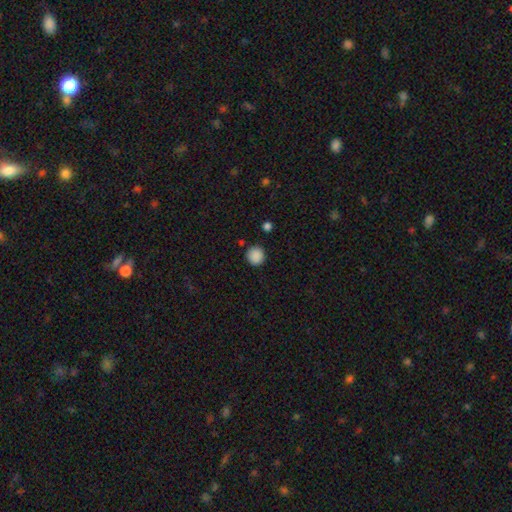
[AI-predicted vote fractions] Smooth or featured?
  - smooth: 88% *
  - star or artifact: 9%
  - featured or disk: 2%
How rounded?
  - round: 93% *
  - in between: 6%
  - cigar-shaped: 1%
Merging?
  - none: 88% *
  - minor disturbance: 7%
  - merger: 2%
  - major disturbance: 2%